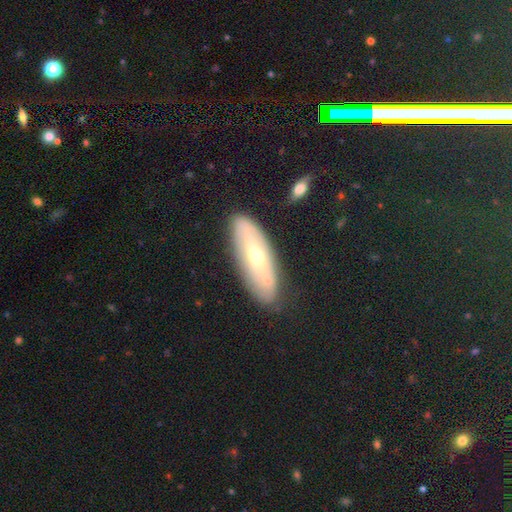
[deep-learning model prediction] smooth-or-featured: featured or disk: 60% | smooth: 31% | star or artifact: 9%
  disk-edge-on: no: 72% | yes: 28%
  merging: none: 83% | minor disturbance: 12% | major disturbance: 3% | merger: 2%